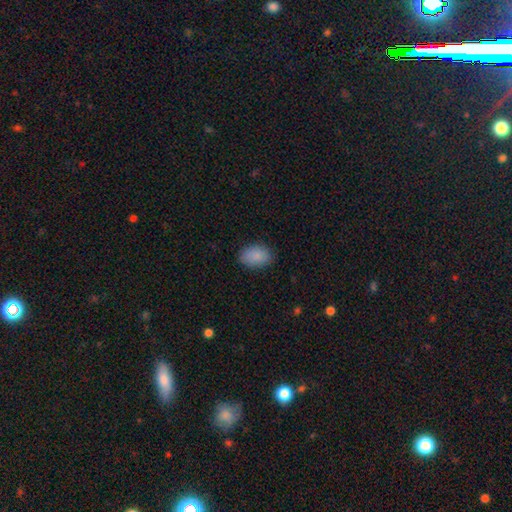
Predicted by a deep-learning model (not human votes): This is clearly a smooth galaxy (88%). How rounded: clearly in between (85%). Merging: clearly none (85%).